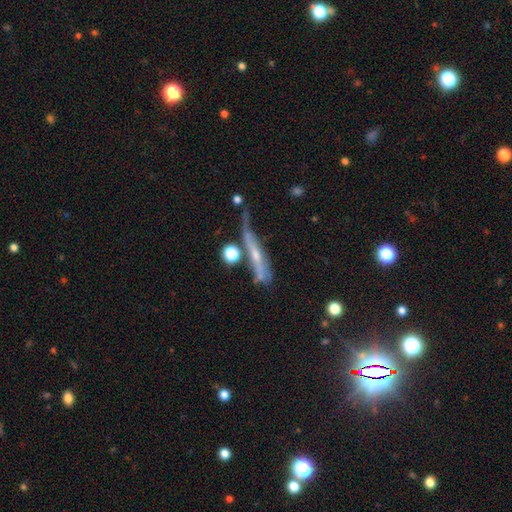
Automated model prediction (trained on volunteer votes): Smooth or featured? featured or disk (61%)
Edge-on disk? yes (71%)
Merging? none (36%)